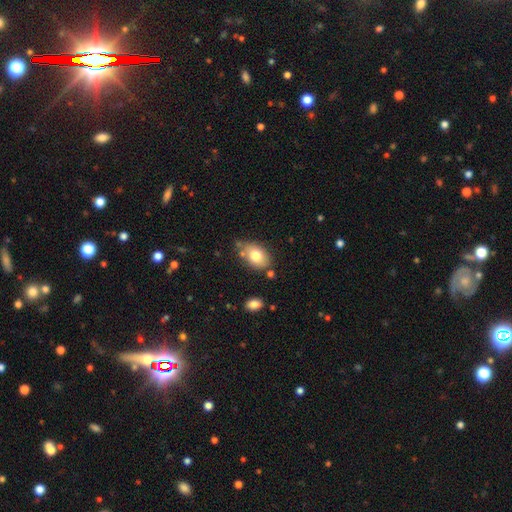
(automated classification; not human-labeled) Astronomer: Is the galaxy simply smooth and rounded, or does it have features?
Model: smooth — 77%.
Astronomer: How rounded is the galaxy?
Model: in between — 83%.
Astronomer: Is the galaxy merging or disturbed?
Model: none — 66%.